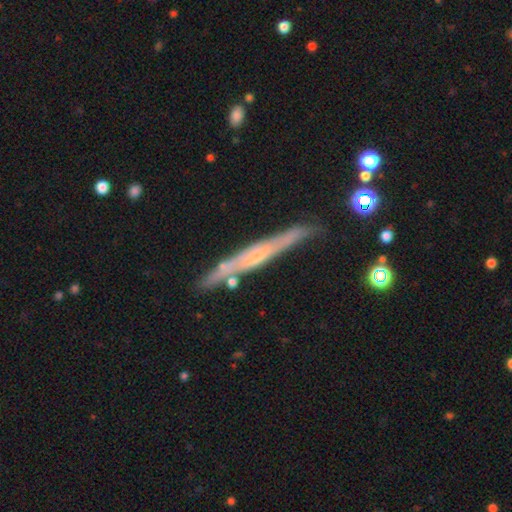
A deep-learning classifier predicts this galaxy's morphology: The model was most divided on "edge-on bulge": none: 49%, rounded: 45%, boxy: 7%. More confident: edge-on disk — yes (93%); merging — none (81%); smooth or featured — featured or disk (70%).